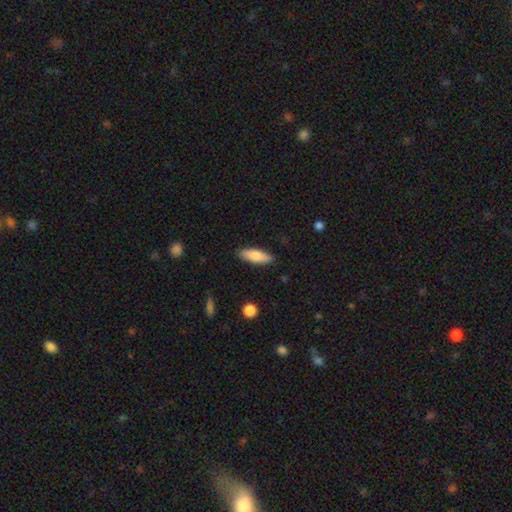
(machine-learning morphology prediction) Smooth or featured: smooth — 79% (featured or disk — 15%)
How rounded: in between — 54% (cigar-shaped — 44%)
Merging: none — 87% (minor disturbance — 9%)